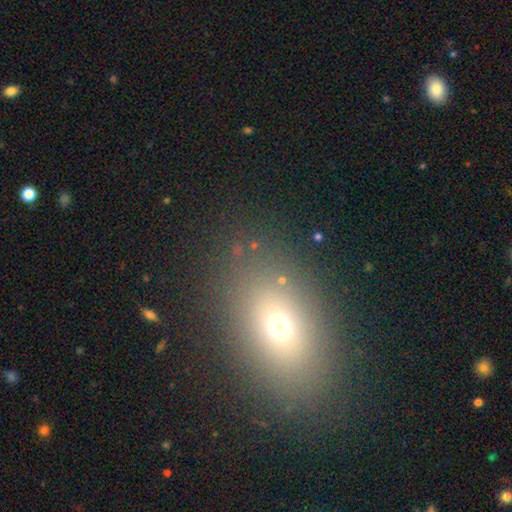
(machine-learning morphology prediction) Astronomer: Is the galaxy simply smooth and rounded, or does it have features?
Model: smooth — 64%.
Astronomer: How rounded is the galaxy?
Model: in between — 71%.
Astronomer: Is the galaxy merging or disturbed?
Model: none — 84%.